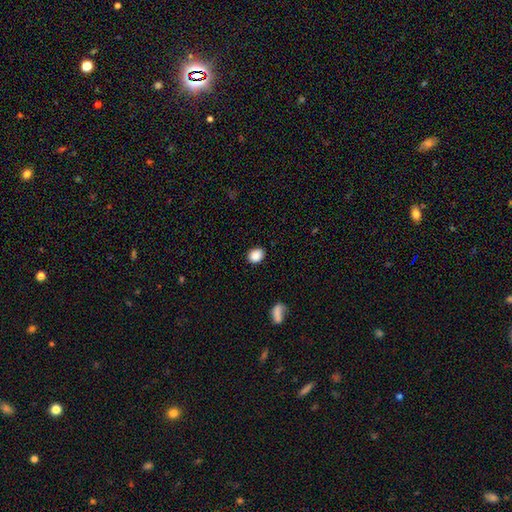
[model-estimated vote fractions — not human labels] Smooth or featured? Predicted: smooth (p=0.88). How rounded? Predicted: round (p=0.53). Merging? Predicted: none (p=0.87).